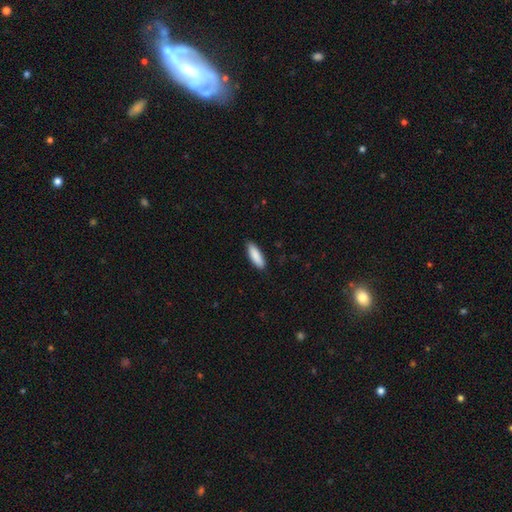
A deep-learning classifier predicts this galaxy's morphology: The model was most divided on "how rounded": in between: 50%, cigar-shaped: 48%, round: 1%. More confident: smooth or featured — smooth (89%); merging — none (88%).